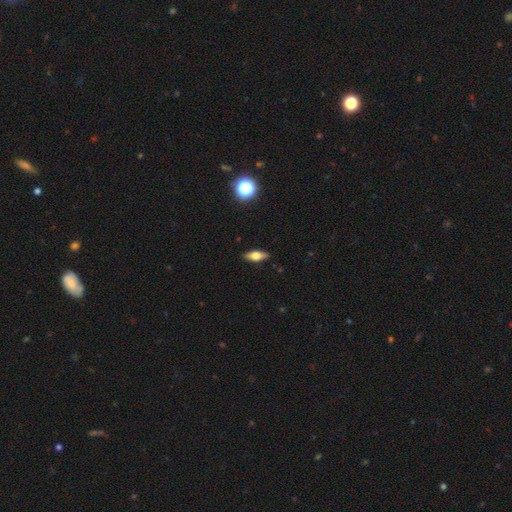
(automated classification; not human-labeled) Overall: smooth (57%; featured or disk 34%). How rounded: in between (70%). Merging: none (88%).